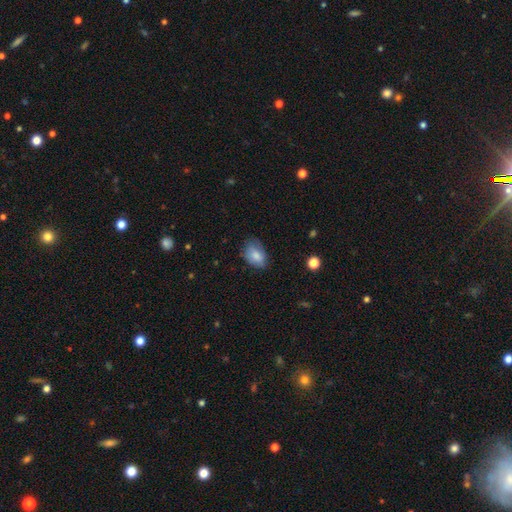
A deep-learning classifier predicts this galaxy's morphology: type=smooth (79%); roundness=in between (85%); merging=none (64%).